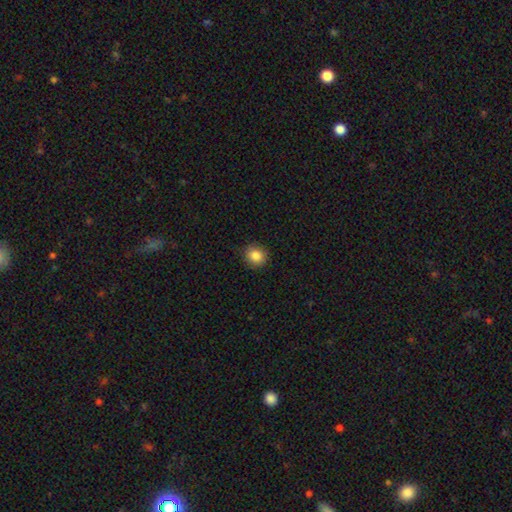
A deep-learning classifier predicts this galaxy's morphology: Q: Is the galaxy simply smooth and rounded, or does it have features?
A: smooth — 85%.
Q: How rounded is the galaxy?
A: round — 87%.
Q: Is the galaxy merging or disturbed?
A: none — 89%.